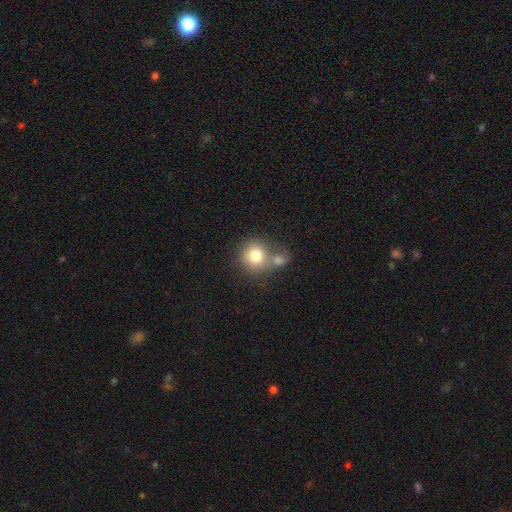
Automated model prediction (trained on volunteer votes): Q: Smooth or featured?
A: smooth (80%); runner-up: featured or disk (11%)
Q: How rounded?
A: round (86%); runner-up: in between (13%)
Q: Merging?
A: none (43%); runner-up: merger (42%)